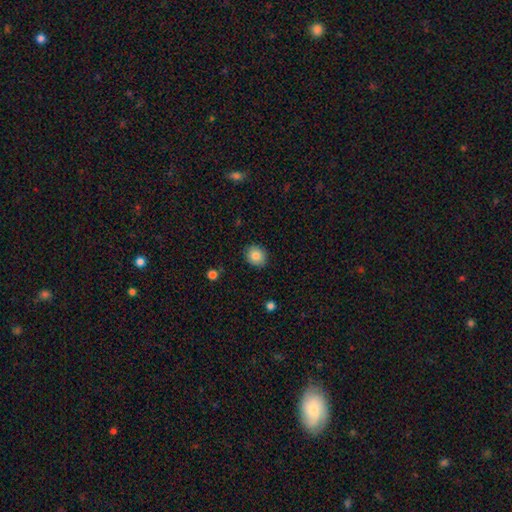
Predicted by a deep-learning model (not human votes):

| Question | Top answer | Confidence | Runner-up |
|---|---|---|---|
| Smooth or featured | smooth | 84% | star or artifact (9%) |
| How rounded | round | 76% | in between (23%) |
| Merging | none | 88% | minor disturbance (9%) |